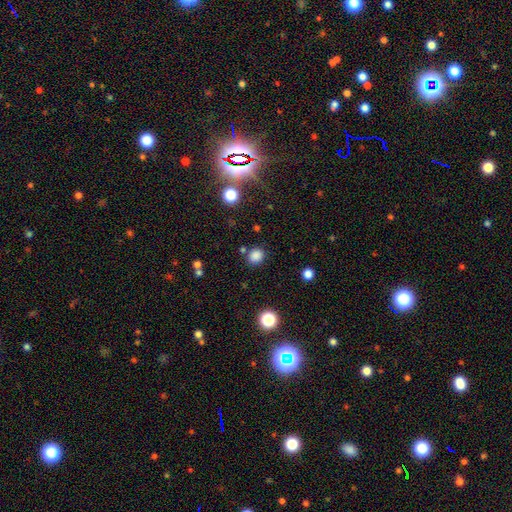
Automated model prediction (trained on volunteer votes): Smooth or featured?
  - smooth: 83% *
  - star or artifact: 13%
  - featured or disk: 4%
How rounded?
  - round: 77% *
  - in between: 22%
  - cigar-shaped: 1%
Merging?
  - none: 82% *
  - minor disturbance: 9%
  - merger: 5%
  - major disturbance: 3%